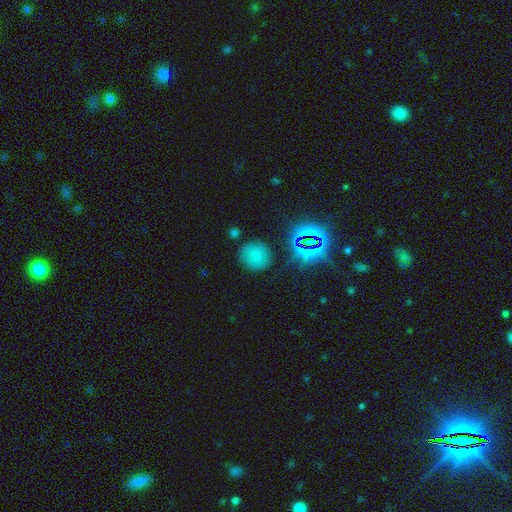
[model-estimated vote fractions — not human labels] This is likely a smooth galaxy (67%). How rounded: clearly round (87%). Merging: likely none (78%).